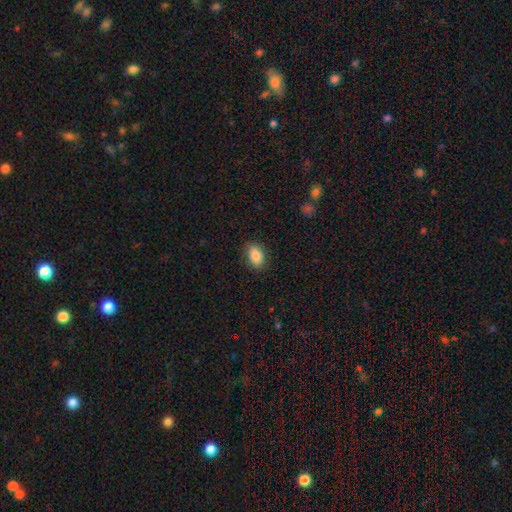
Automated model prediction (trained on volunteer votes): smooth_or_featured: smooth (p=0.84) [alt: featured or disk p=0.08]
how_rounded: in between (p=0.86) [alt: round p=0.12]
merging: none (p=0.85) [alt: minor disturbance p=0.11]